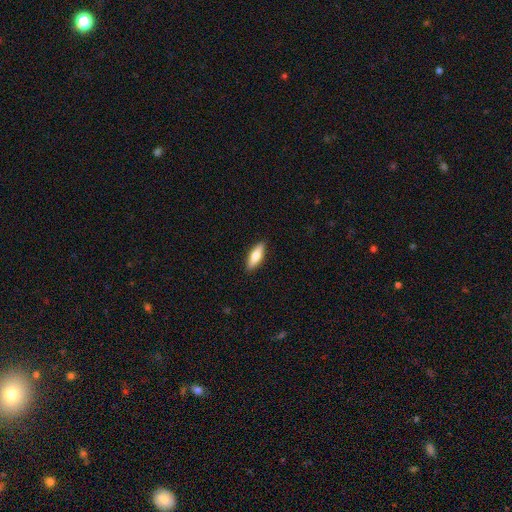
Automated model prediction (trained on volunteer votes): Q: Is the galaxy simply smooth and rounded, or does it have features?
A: smooth — 68%.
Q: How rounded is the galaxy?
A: in between — 54%.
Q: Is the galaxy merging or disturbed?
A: none — 89%.